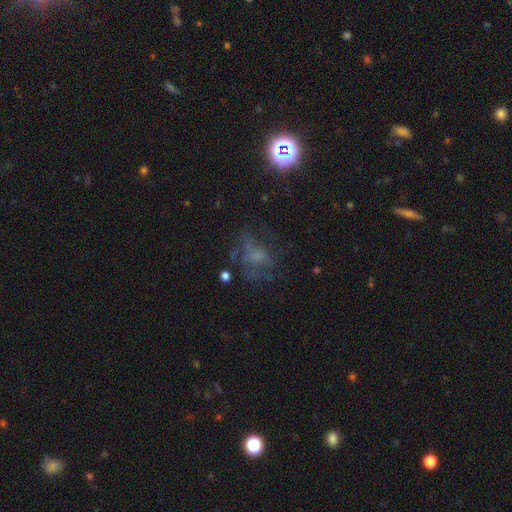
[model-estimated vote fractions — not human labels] featured or disk 41%, smooth 29%, star or artifact 29%. Down the decision tree: merging — none (50%).